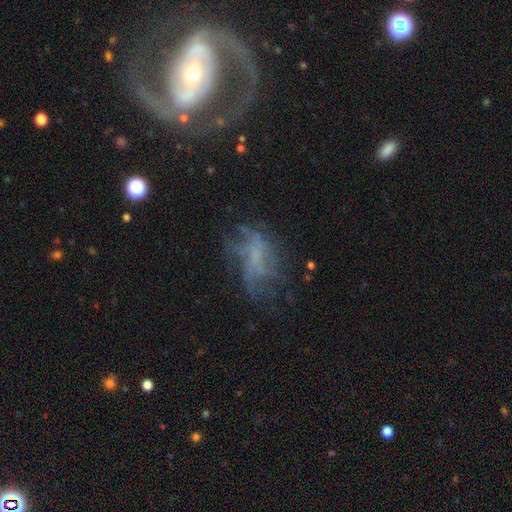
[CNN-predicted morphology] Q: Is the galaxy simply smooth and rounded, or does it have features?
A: featured or disk — 55%.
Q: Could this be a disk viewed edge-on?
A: no — 95%.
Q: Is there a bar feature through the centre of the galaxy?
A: no — 72%.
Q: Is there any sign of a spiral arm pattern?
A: no — 51%.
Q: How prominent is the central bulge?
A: none — 66%.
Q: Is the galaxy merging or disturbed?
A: none — 44%.